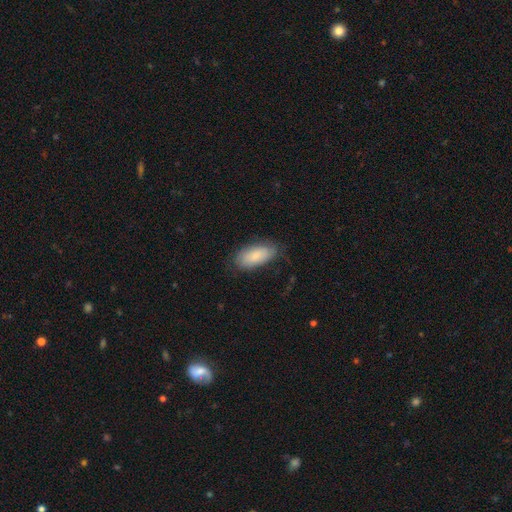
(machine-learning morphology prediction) Q: Smooth or featured?
A: smooth (84%); runner-up: featured or disk (10%)
Q: How rounded?
A: in between (90%); runner-up: cigar-shaped (8%)
Q: Merging?
A: none (71%); runner-up: minor disturbance (21%)